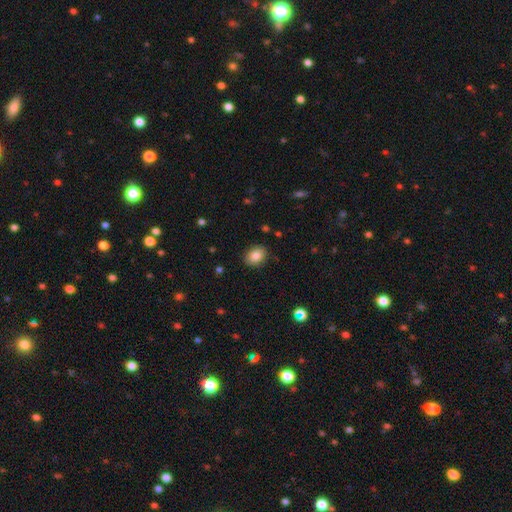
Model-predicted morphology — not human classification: Overall: smooth (84%). How rounded: in between (60%; round 39%). Merging: none (88%).